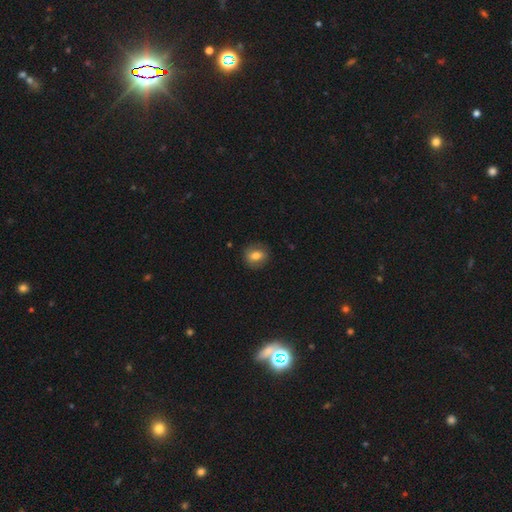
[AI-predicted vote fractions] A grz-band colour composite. It shows a smooth galaxy with no disk features (70%) that is round (57%). Merging: none (82%).